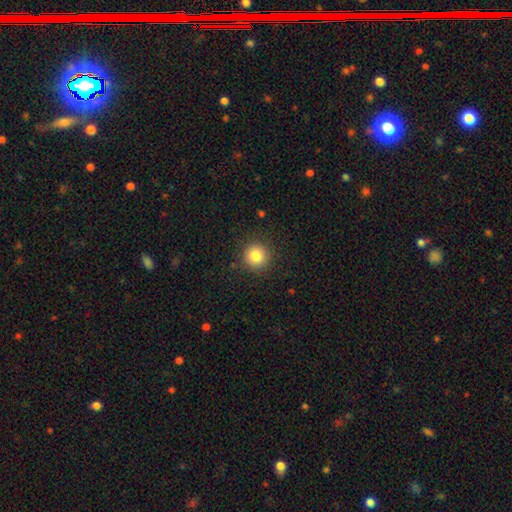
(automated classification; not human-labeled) smooth_or_featured: smooth (p=0.83) [alt: star or artifact p=0.11]
how_rounded: round (p=0.95) [alt: in between p=0.04]
merging: none (p=0.90) [alt: minor disturbance p=0.06]